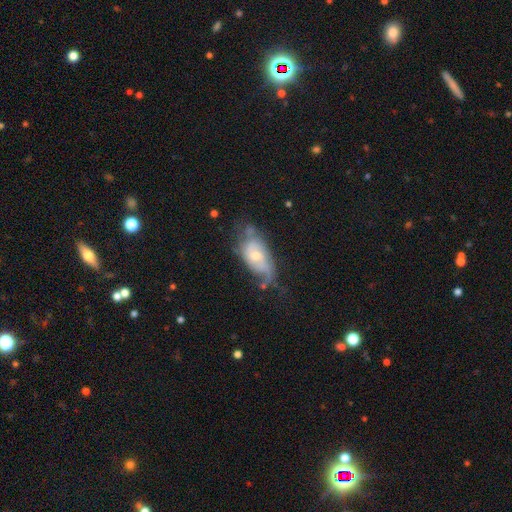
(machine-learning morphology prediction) This is likely a featured or disk galaxy (62%). It is clearly not viewed edge-on (92%). Bar: likely no (69%). Spiral arm pattern: likely yes (73%). Central bulge: possibly small (50%). Merging: marginally none (39%).